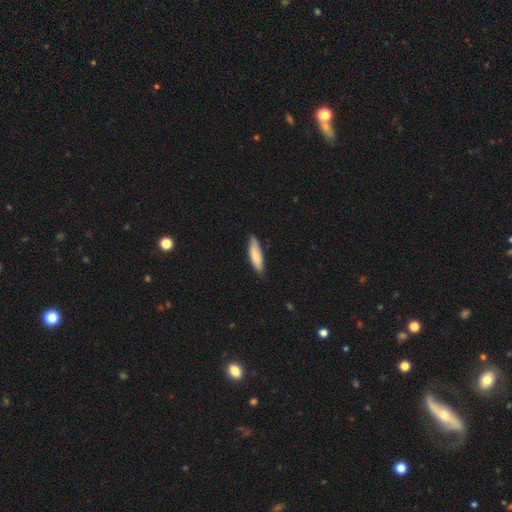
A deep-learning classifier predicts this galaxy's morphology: Smooth or featured?
  - smooth: 83% *
  - featured or disk: 12%
  - star or artifact: 5%
How rounded?
  - cigar-shaped: 61% *
  - in between: 38%
  - round: 1%
Merging?
  - none: 78% *
  - minor disturbance: 18%
  - major disturbance: 2%
  - merger: 1%